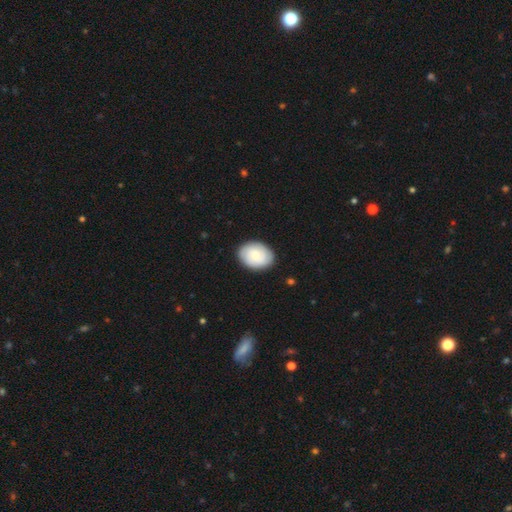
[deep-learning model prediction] Smooth or featured? Predicted: smooth (p=0.65). How rounded? Predicted: in between (p=0.68). Merging? Predicted: none (p=0.87).